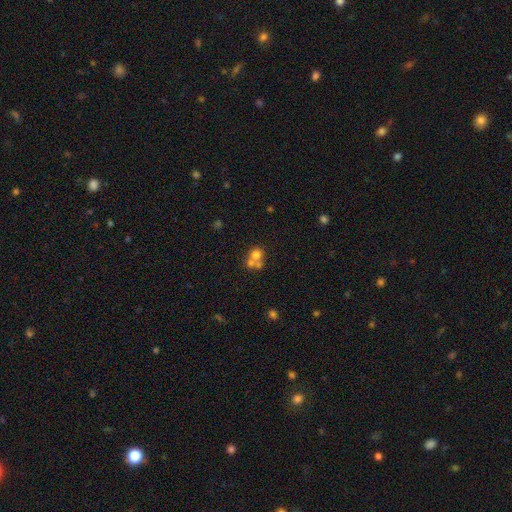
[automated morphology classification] This appears to be a smooth galaxy with no disk features (67%) that is round (80%). Merging: merger (55%).